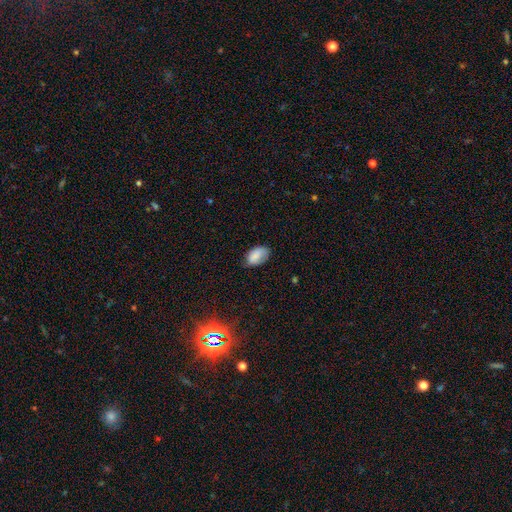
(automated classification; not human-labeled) A smooth galaxy with no disk features (80%) that is in between round and cigar-shaped (90%). Merging: none (57%).